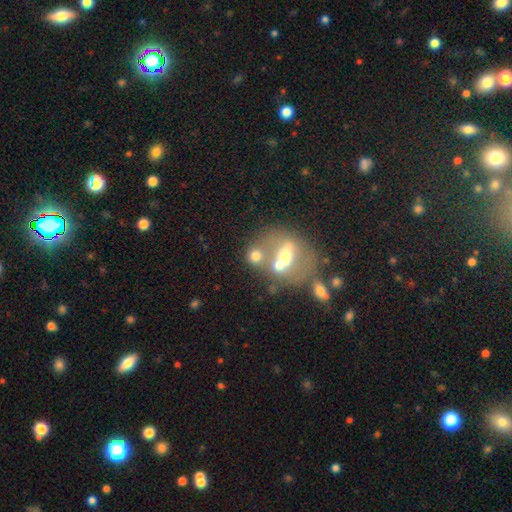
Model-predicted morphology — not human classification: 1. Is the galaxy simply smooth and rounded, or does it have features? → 56% smooth, 30% featured or disk, 15% star or artifact.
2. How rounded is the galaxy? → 66% round, 32% in between, 2% cigar-shaped.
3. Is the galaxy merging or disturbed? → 49% merger, 34% none, 10% minor disturbance, 8% major disturbance.